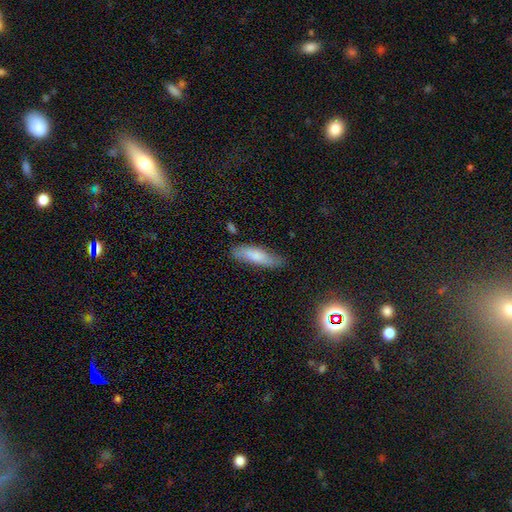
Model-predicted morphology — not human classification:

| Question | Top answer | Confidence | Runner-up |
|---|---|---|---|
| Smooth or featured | smooth | 73% | featured or disk (20%) |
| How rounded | cigar-shaped | 58% | in between (40%) |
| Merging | none | 72% | minor disturbance (21%) |